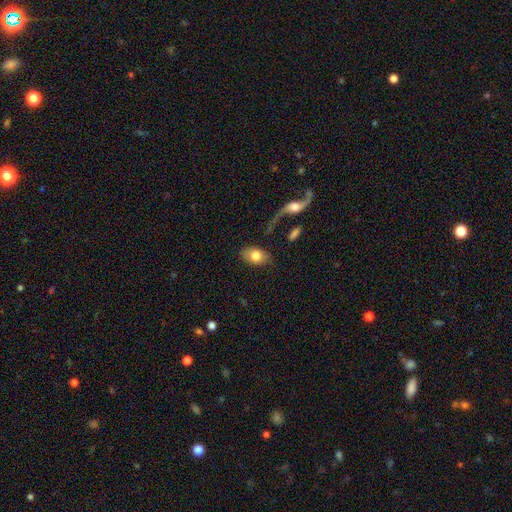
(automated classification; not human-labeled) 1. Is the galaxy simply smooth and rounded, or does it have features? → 75% smooth, 18% featured or disk, 6% star or artifact.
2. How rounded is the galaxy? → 86% in between, 13% round, 2% cigar-shaped.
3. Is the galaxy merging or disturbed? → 75% none, 13% minor disturbance, 6% major disturbance, 6% merger.